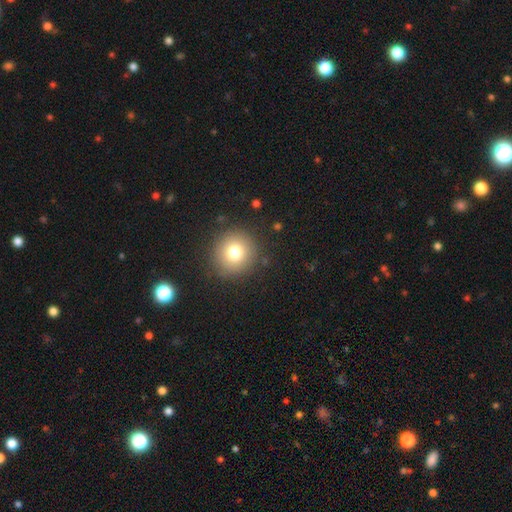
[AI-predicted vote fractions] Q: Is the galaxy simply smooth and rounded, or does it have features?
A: smooth — 69%.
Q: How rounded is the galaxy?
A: round — 93%.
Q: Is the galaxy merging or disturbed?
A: none — 91%.